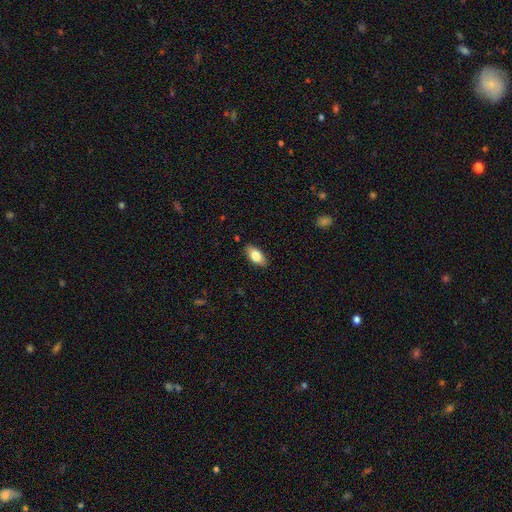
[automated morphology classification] A smooth galaxy with no disk features (79%) that is in between round and cigar-shaped (90%).

Vote fractions:
- Smooth or featured? smooth: 79% / featured or disk: 14% / star or artifact: 7%
- How rounded? in between: 90% / cigar-shaped: 6% / round: 3%
- Merging? none: 87% / minor disturbance: 10% / major disturbance: 2% / merger: 1%